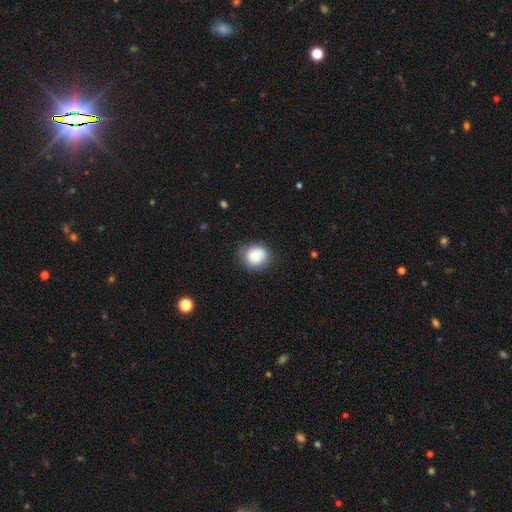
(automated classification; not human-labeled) smooth_or_featured: smooth (p=0.83) [alt: featured or disk p=0.09]
how_rounded: round (p=0.78) [alt: in between p=0.21]
merging: none (p=0.70) [alt: minor disturbance p=0.22]